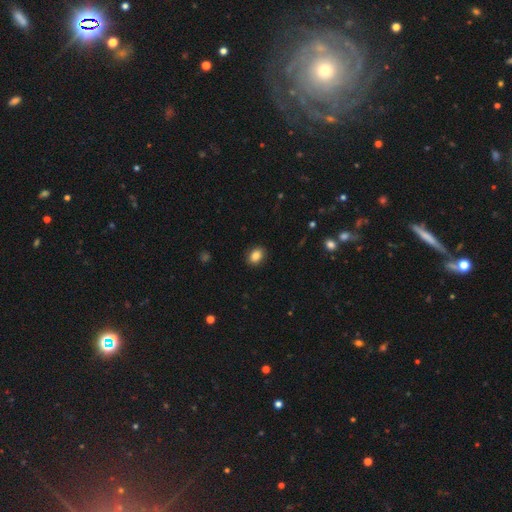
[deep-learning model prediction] smooth_or_featured: smooth (p=0.87) [alt: star or artifact p=0.09]
how_rounded: in between (p=0.67) [alt: round p=0.32]
merging: none (p=0.89) [alt: minor disturbance p=0.08]